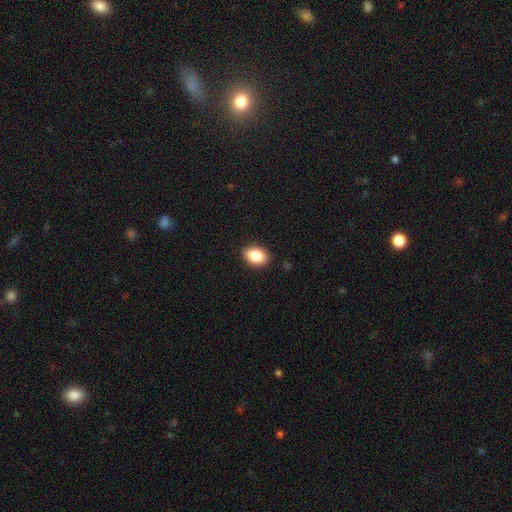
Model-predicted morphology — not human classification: A smooth galaxy with no disk features (87%) that is in between round and cigar-shaped (84%). Merging: none (89%).